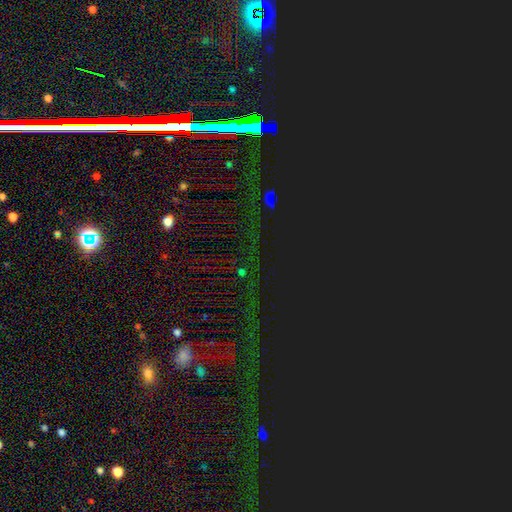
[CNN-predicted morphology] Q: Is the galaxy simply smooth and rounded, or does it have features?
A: star or artifact — 84%.